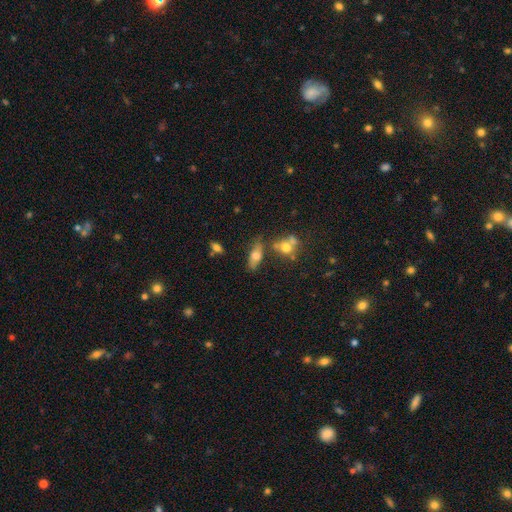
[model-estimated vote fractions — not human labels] smooth-or-featured: smooth: 62% | featured or disk: 27% | star or artifact: 11%
  how-rounded: in between: 73% | cigar-shaped: 21% | round: 7%
  merging: none: 58% | minor disturbance: 19% | merger: 16% | major disturbance: 8%